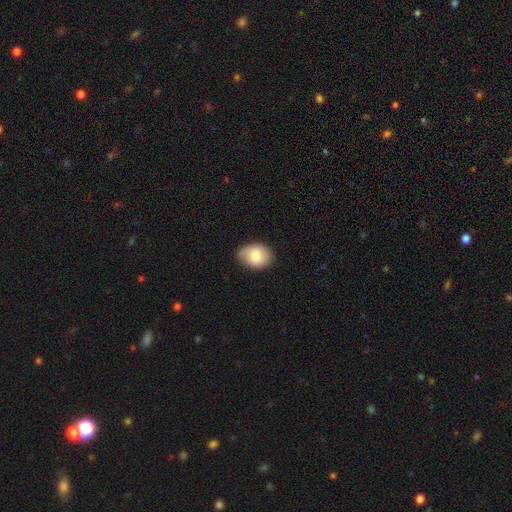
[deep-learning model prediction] The model was most divided on "how rounded": in between: 70%, round: 29%, cigar-shaped: 1%. More confident: smooth or featured — smooth (78%); merging — none (77%).